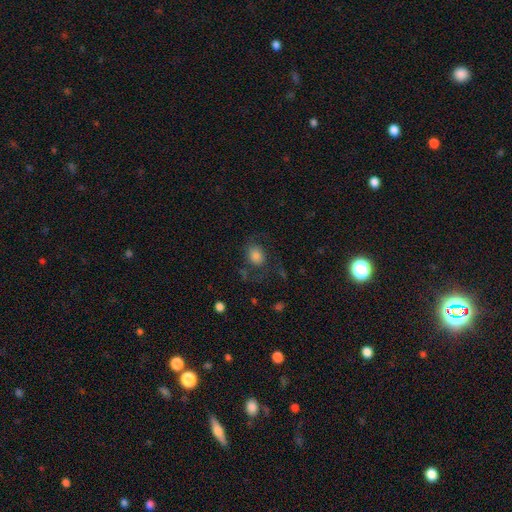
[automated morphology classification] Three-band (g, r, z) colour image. It shows a smooth galaxy with no disk features (61%) that is round (60%). Merging: none (56%).